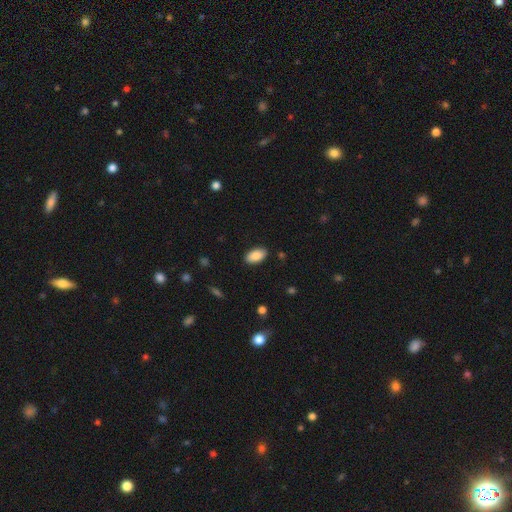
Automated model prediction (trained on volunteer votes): Smooth or featured?
  - smooth: 87% *
  - star or artifact: 7%
  - featured or disk: 6%
How rounded?
  - in between: 94% *
  - round: 3%
  - cigar-shaped: 2%
Merging?
  - none: 88% *
  - minor disturbance: 9%
  - major disturbance: 2%
  - merger: 1%